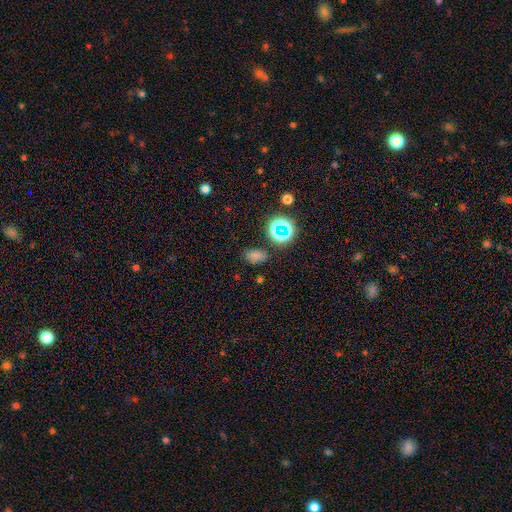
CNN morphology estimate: A smooth galaxy with no disk features (67%) that is in between round and cigar-shaped (82%).

Vote fractions:
- Smooth or featured? smooth: 67% / star or artifact: 25% / featured or disk: 7%
- How rounded? in between: 82% / round: 16% / cigar-shaped: 2%
- Merging? none: 78% / minor disturbance: 14% / major disturbance: 4% / merger: 4%